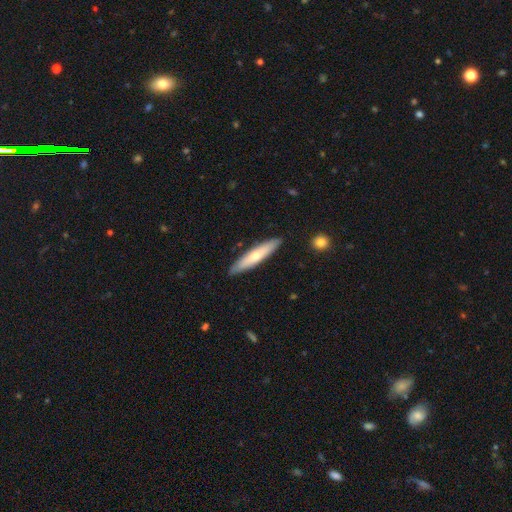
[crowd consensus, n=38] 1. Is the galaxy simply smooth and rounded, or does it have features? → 50% smooth, 42% featured or disk, 8% star or artifact.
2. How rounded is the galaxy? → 84% cigar-shaped, 11% in between, 5% round.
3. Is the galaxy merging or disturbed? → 91% none, 3% minor disturbance, 3% major disturbance, 3% merger.